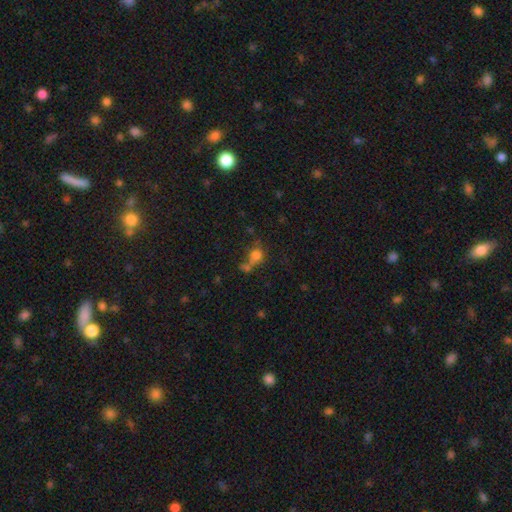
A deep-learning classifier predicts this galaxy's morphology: smooth-or-featured: smooth: 74% | star or artifact: 15% | featured or disk: 12%
  how-rounded: round: 69% | in between: 30% | cigar-shaped: 2%
  merging: none: 41% | merger: 33% | minor disturbance: 15% | major disturbance: 11%